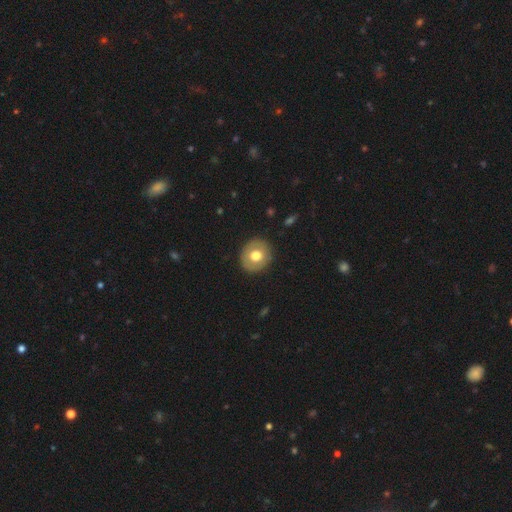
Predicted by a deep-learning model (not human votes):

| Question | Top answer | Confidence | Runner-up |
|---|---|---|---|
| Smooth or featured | smooth | 68% | featured or disk (25%) |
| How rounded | round | 86% | in between (13%) |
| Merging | none | 89% | minor disturbance (7%) |